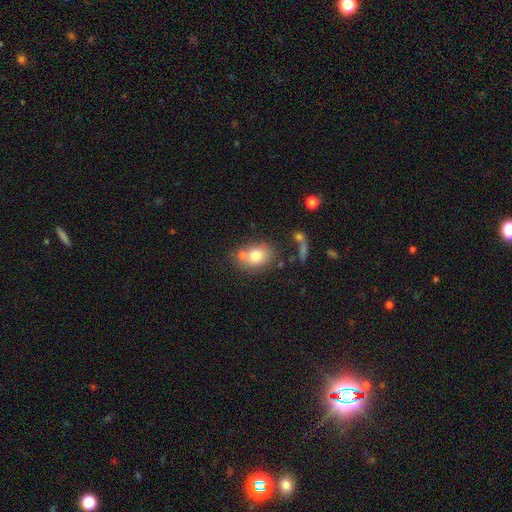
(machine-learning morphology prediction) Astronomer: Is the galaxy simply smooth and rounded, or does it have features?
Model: smooth — 74%.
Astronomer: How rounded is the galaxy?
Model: in between — 56% (runner-up: round, 43%).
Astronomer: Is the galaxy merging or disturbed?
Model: none — 56%.